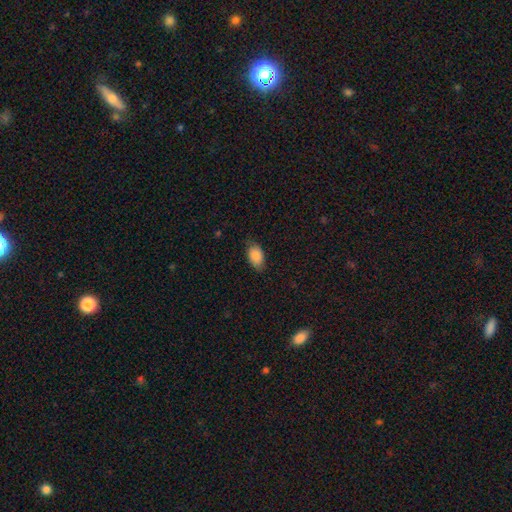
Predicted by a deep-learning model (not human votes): Smooth or featured? Predicted: smooth (p=0.87). How rounded? Predicted: in between (p=0.92). Merging? Predicted: none (p=0.75).